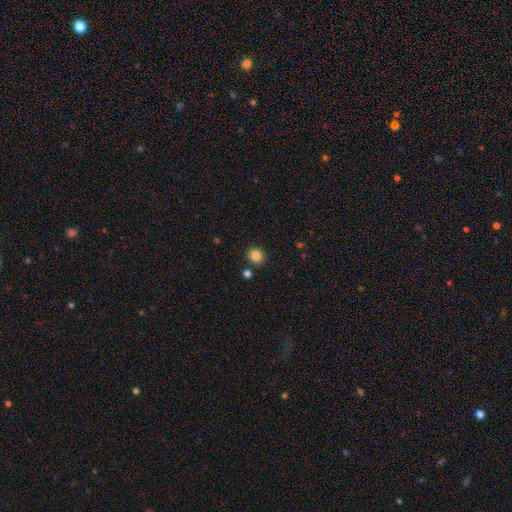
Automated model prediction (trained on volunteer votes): Morphology: type=smooth (85%); roundness=round (87%); merging=none (87%).